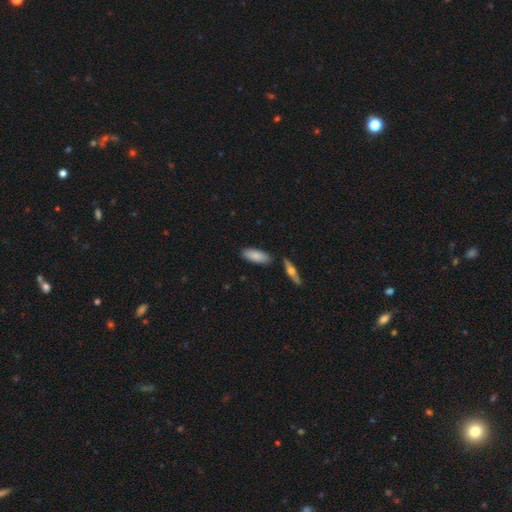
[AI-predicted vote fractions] A smooth galaxy with no disk features (84%) that is in between round and cigar-shaped (75%). Merging: none (81%).